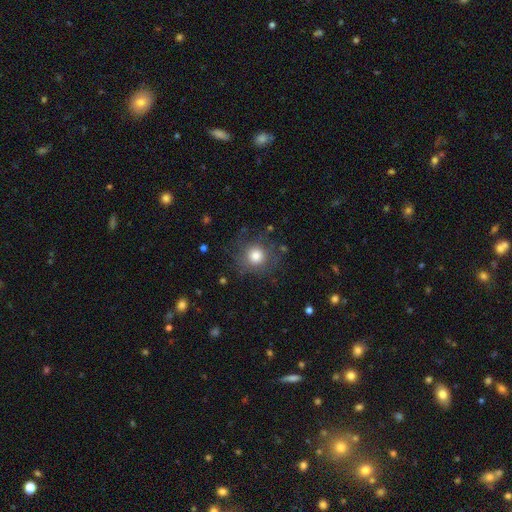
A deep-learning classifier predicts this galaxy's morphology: Q: Smooth or featured?
A: smooth (77%); runner-up: featured or disk (12%)
Q: How rounded?
A: round (91%); runner-up: in between (8%)
Q: Merging?
A: none (76%); runner-up: minor disturbance (14%)